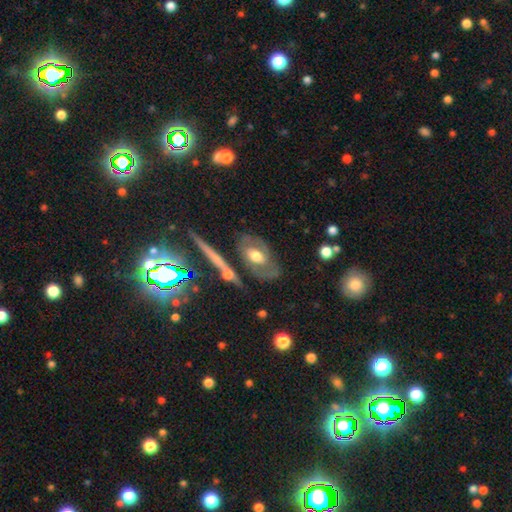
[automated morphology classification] The model was most divided on "spiral arms": yes: 60%, no: 40%. More confident: edge-on disk — no (85%); merging — none (65%); bulge size — moderate (64%); smooth or featured — featured or disk (63%); bar — no (60%).